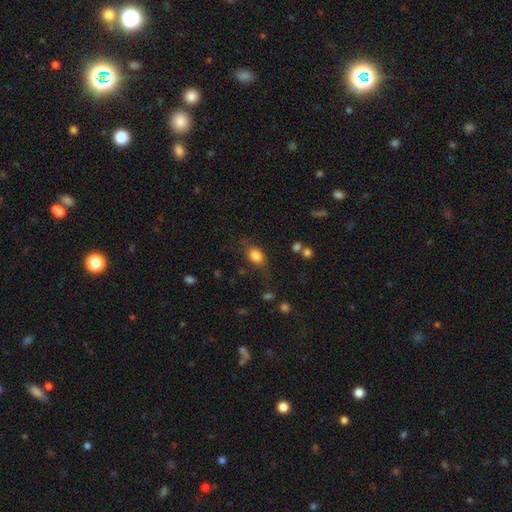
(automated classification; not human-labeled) smooth 82%, star or artifact 9%, featured or disk 9%. Down the decision tree: how rounded — in between (72%); merging — none (67%).